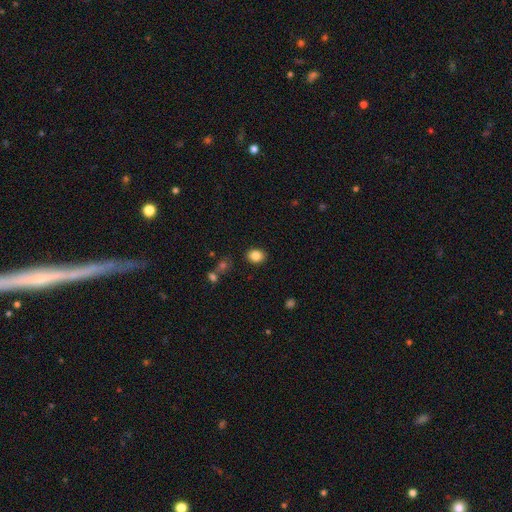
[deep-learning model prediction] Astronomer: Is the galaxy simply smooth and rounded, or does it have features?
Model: smooth — 85%.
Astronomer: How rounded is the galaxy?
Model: in between — 59% (runner-up: round, 40%).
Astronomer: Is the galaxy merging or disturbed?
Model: none — 87%.